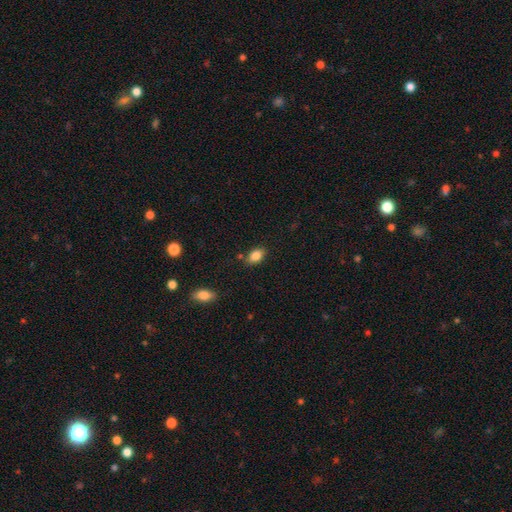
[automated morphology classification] This appears to be a smooth galaxy with no disk features (85%) that is in between round and cigar-shaped (85%). Merging: none (79%).